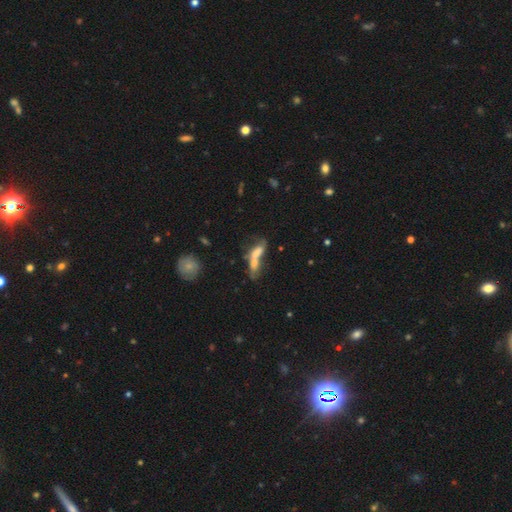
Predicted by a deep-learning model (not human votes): Smooth or featured? Predicted: smooth (p=0.55). How rounded? Predicted: in between (p=0.48). Merging? Predicted: merger (p=0.58).